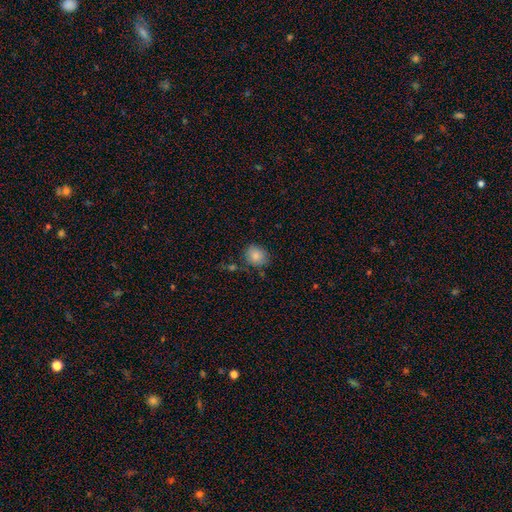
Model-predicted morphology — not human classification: The model was most divided on "how rounded": round: 69%, in between: 30%, cigar-shaped: 1%. More confident: smooth or featured — smooth (84%); merging — none (76%).